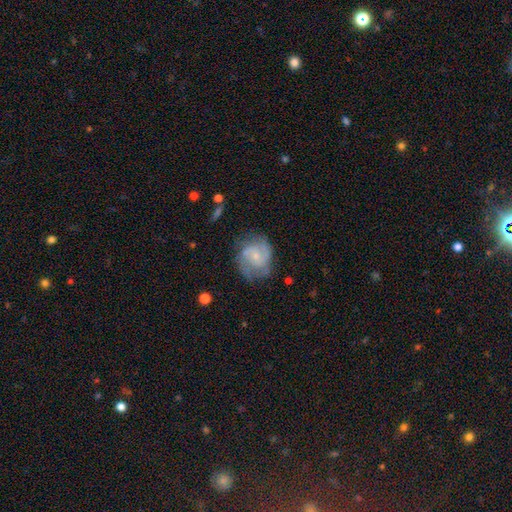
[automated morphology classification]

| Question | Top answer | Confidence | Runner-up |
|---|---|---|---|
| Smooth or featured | featured or disk | 66% | smooth (27%) |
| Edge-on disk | no | 98% | yes (2%) |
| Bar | no | 71% | weak (25%) |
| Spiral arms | yes | 85% | no (15%) |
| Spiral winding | medium | 45% | tight (36%) |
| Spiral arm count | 2 | 58% | can't tell (22%) |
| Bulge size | small | 71% | moderate (20%) |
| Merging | none | 58% | minor disturbance (25%) |